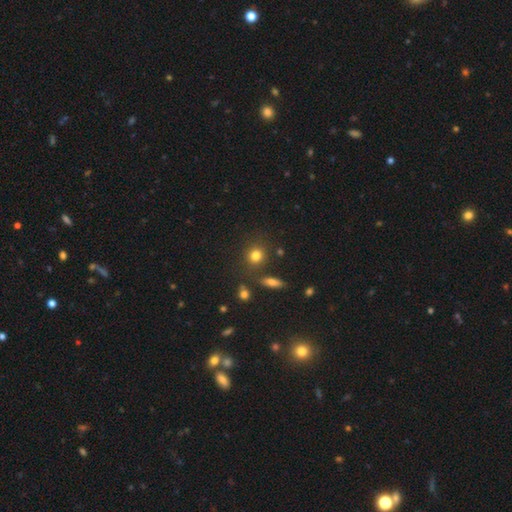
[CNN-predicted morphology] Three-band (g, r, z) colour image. It shows a smooth galaxy with no disk features (80%) that is round (81%). Merging: none (79%).